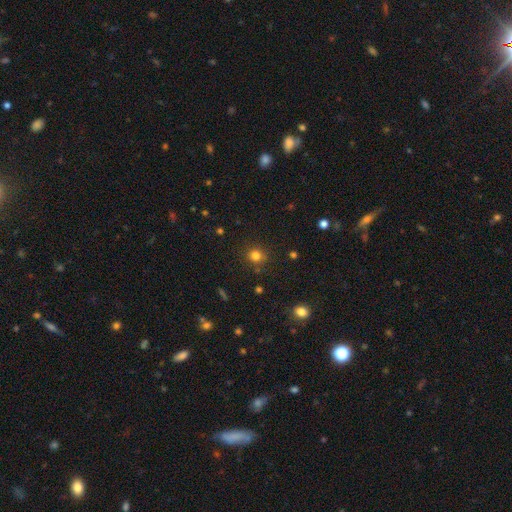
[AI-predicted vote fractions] smooth-or-featured: smooth: 79% | star or artifact: 16% | featured or disk: 5%
  how-rounded: round: 90% | in between: 9% | cigar-shaped: 1%
  merging: none: 86% | minor disturbance: 8% | major disturbance: 3% | merger: 2%